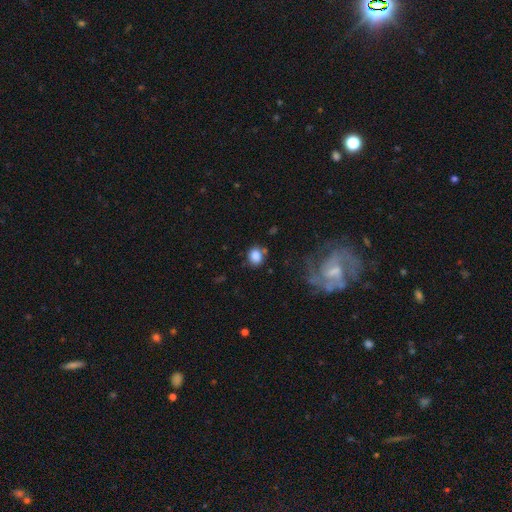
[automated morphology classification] Smooth or featured: smooth — 84% (star or artifact — 9%)
How rounded: round — 61% (in between — 37%)
Merging: none — 70% (minor disturbance — 17%)